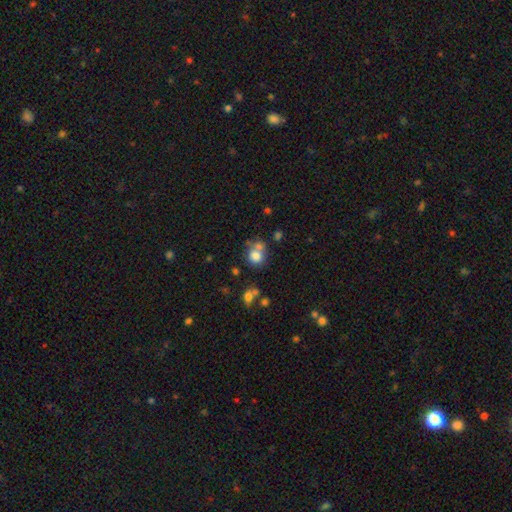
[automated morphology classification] Overall: smooth (77%). How rounded: round (79%). Merging: none (48%; merger 35%).